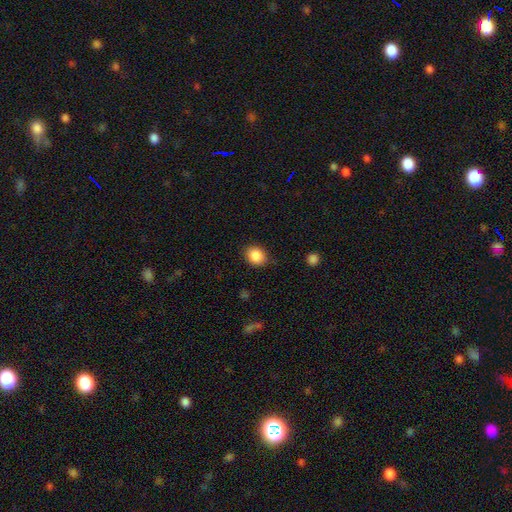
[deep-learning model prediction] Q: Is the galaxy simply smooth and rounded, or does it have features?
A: smooth — 87%.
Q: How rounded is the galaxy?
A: round — 57%.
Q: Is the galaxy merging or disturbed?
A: none — 84%.